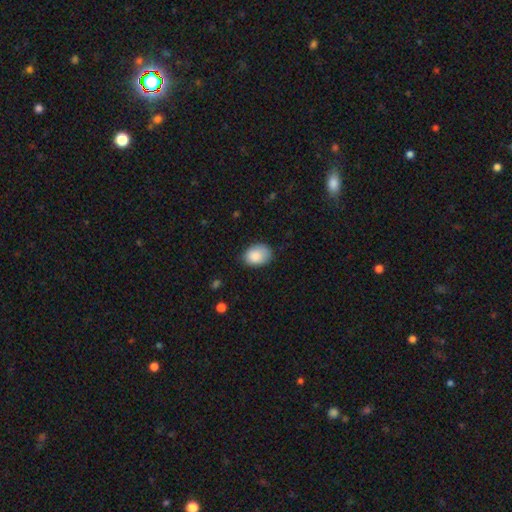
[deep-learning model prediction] A smooth galaxy with no disk features (88%) that is in between round and cigar-shaped (73%).

Vote fractions:
- Smooth or featured? smooth: 88% / star or artifact: 7% / featured or disk: 5%
- How rounded? in between: 73% / round: 26% / cigar-shaped: 1%
- Merging? none: 72% / minor disturbance: 22% / major disturbance: 4% / merger: 1%